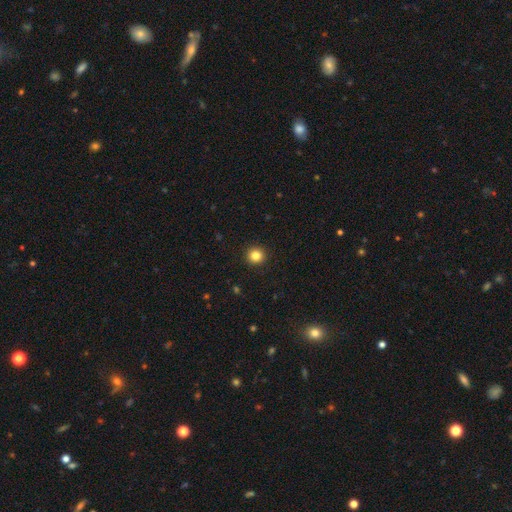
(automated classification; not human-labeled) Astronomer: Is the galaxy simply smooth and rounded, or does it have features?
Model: smooth — 84%.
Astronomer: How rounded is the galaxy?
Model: round — 94%.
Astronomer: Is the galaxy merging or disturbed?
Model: none — 93%.